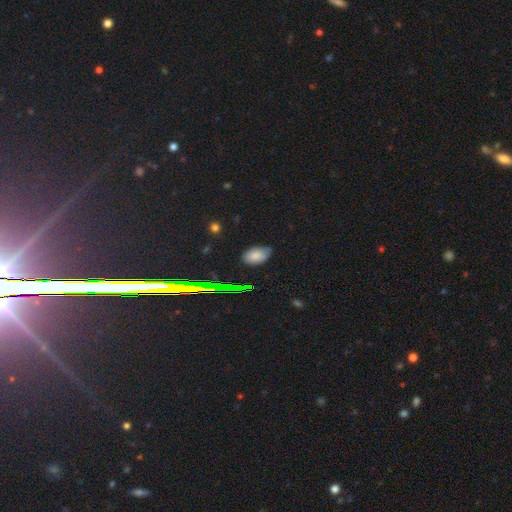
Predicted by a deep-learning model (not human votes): Smooth or featured? smooth (77%)
How rounded? in between (91%)
Merging? none (73%)